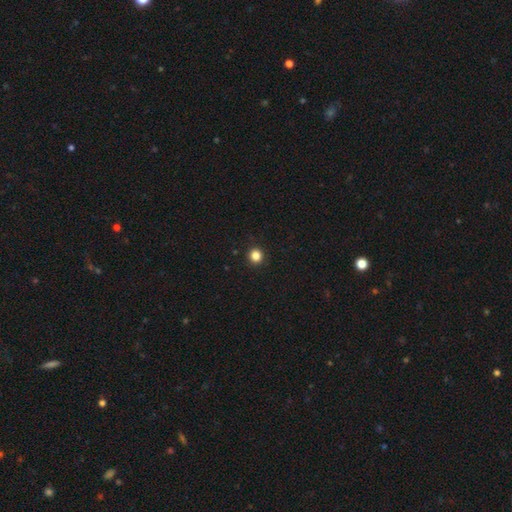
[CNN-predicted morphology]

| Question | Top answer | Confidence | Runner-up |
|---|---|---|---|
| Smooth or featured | smooth | 84% | star or artifact (12%) |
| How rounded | round | 93% | in between (6%) |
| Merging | none | 93% | minor disturbance (4%) |